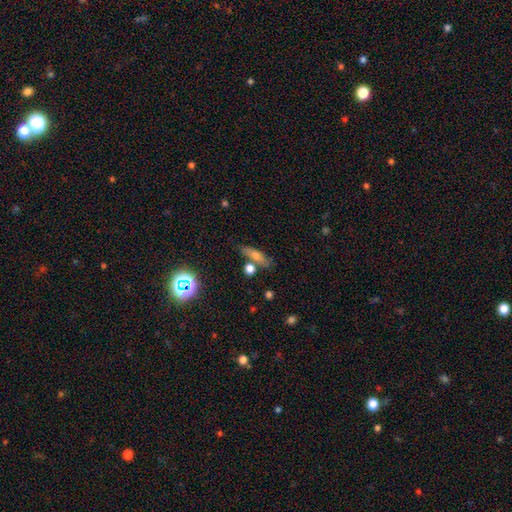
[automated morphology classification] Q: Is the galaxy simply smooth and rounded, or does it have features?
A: smooth — 49%.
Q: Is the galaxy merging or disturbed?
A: none — 74%.